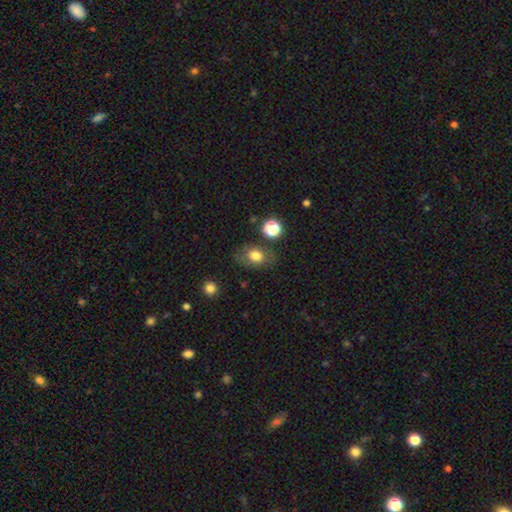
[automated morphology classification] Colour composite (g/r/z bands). It shows a smooth galaxy with no disk features (74%) that is in between round and cigar-shaped (70%). Merging: none (73%).